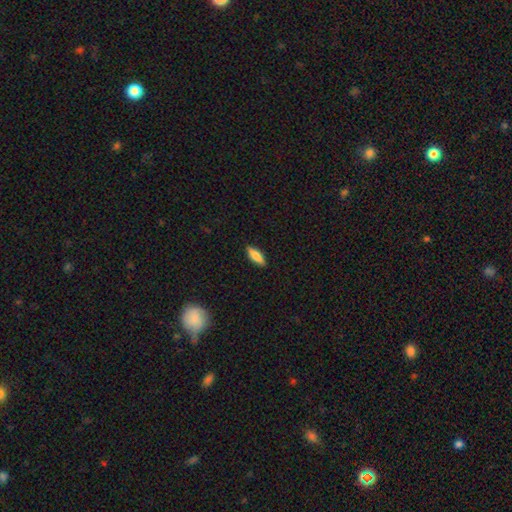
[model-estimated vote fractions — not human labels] Smooth or featured? smooth (77%)
How rounded? in between (59%)
Merging? none (88%)